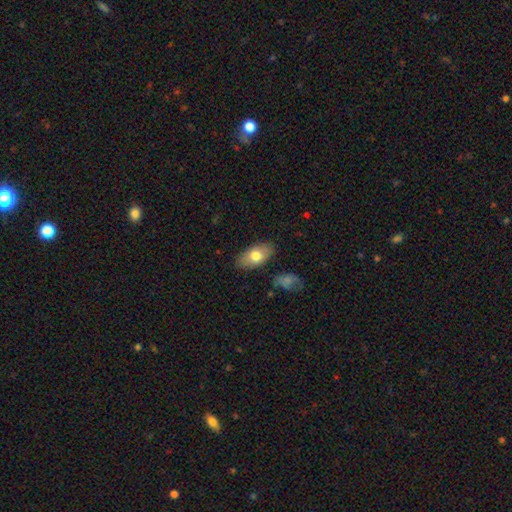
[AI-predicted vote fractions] A smooth galaxy with no disk features (73%) that is in between round and cigar-shaped (92%).

Vote fractions:
- Smooth or featured? smooth: 73% / featured or disk: 21% / star or artifact: 6%
- How rounded? in between: 92% / round: 5% / cigar-shaped: 3%
- Merging? none: 83% / minor disturbance: 12% / major disturbance: 3% / merger: 2%